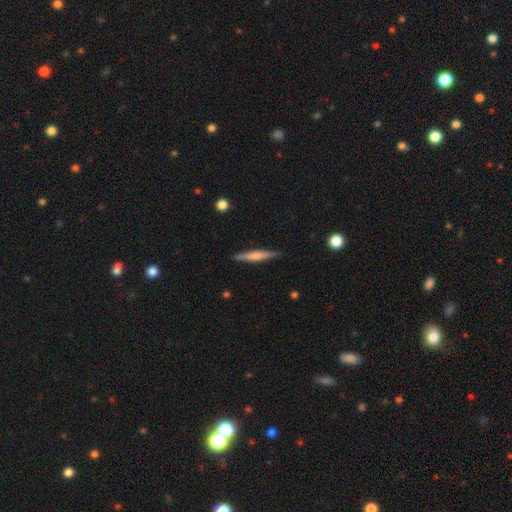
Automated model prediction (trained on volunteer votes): Smooth or featured?
  - featured or disk: 49% *
  - smooth: 46%
  - star or artifact: 5%
Merging?
  - none: 89% *
  - minor disturbance: 8%
  - major disturbance: 2%
  - merger: 1%